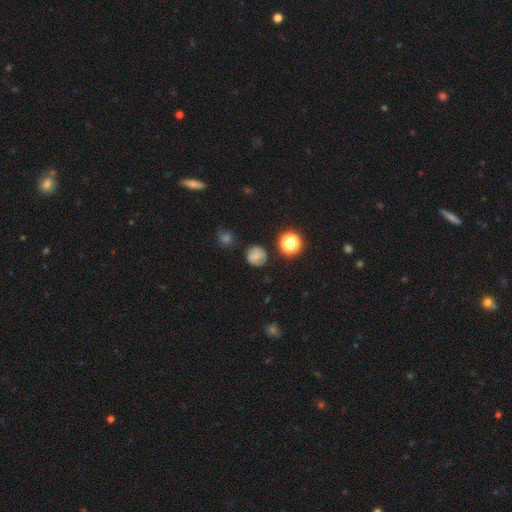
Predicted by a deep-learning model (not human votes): smooth-or-featured: smooth: 67% | star or artifact: 18% | featured or disk: 15%
  how-rounded: round: 85% | in between: 14% | cigar-shaped: 1%
  merging: none: 75% | minor disturbance: 16% | major disturbance: 6% | merger: 3%